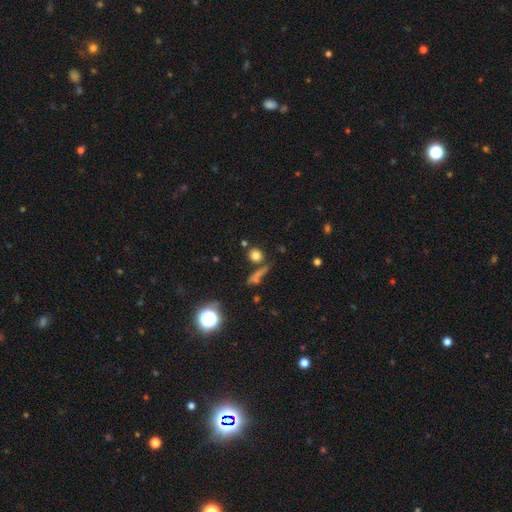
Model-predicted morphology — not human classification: smooth 78%, star or artifact 14%, featured or disk 8%. Down the decision tree: how rounded — round (79%); merging — none (73%).